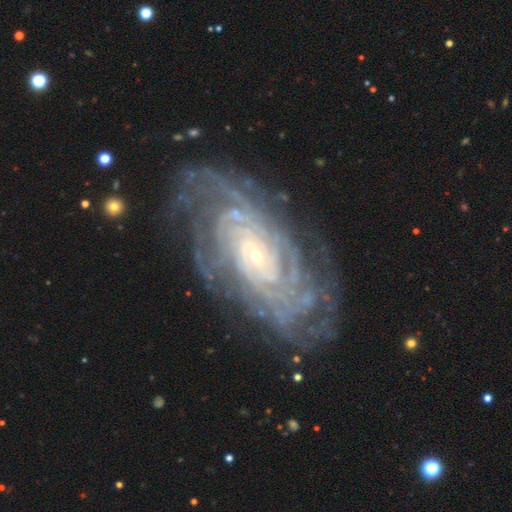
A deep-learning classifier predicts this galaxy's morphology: A featured or disk galaxy (90%) with no bar (69%), tight (81%) spiral arms (97%) and a small central bulge (83%). Merging: none (77%).